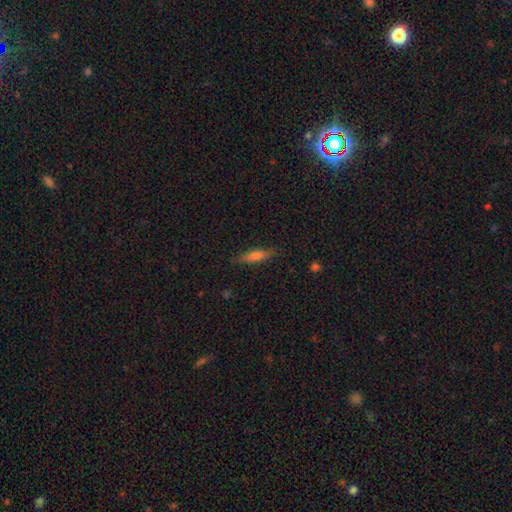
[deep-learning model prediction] A smooth galaxy with no disk features (60%) that is cigar-shaped (79%). Merging: none (86%).